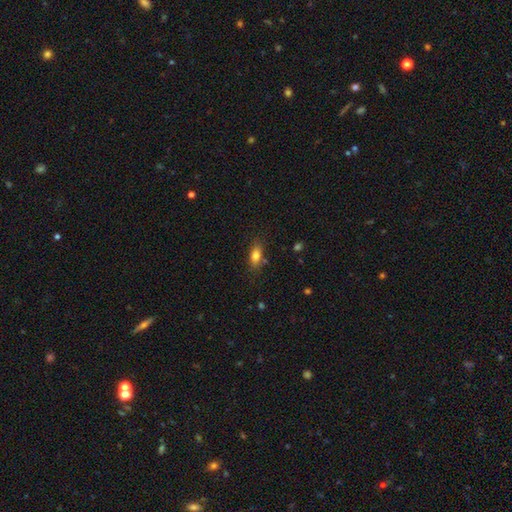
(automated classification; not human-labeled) This appears to be a smooth galaxy with no disk features (80%) that is in between round and cigar-shaped (80%). Merging: none (78%).